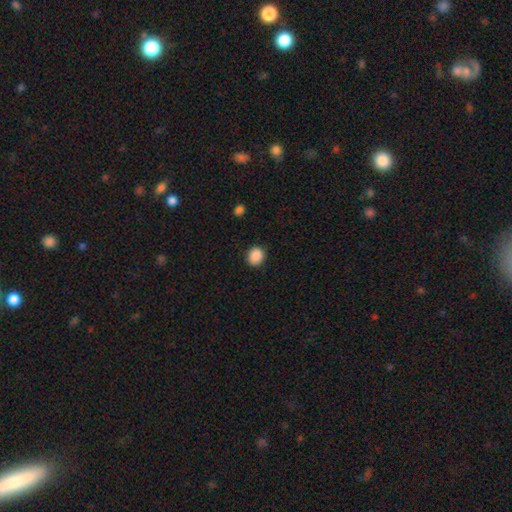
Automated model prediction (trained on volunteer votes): Overall: smooth (88%). How rounded: round (78%). Merging: none (89%).